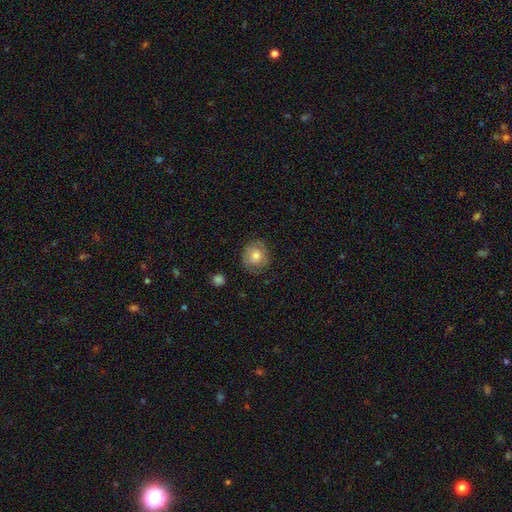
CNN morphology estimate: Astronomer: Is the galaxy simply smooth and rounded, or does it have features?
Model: smooth — 64%.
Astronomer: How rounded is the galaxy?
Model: round — 84%.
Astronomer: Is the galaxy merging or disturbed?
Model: none — 76%.